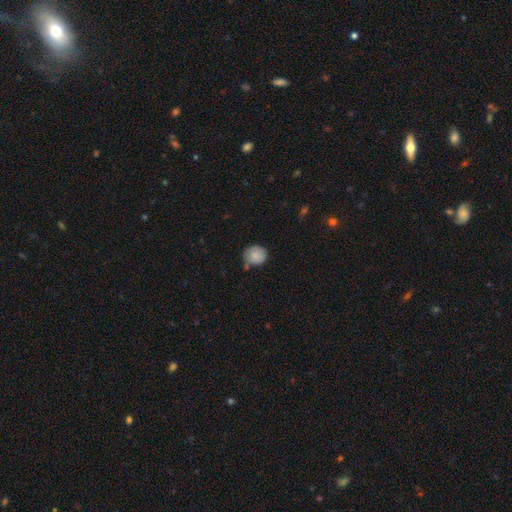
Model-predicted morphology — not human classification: The model was most divided on "merging": none: 66%, minor disturbance: 22%, merger: 8%, major disturbance: 4%. More confident: smooth or featured — smooth (85%); how rounded — round (83%).